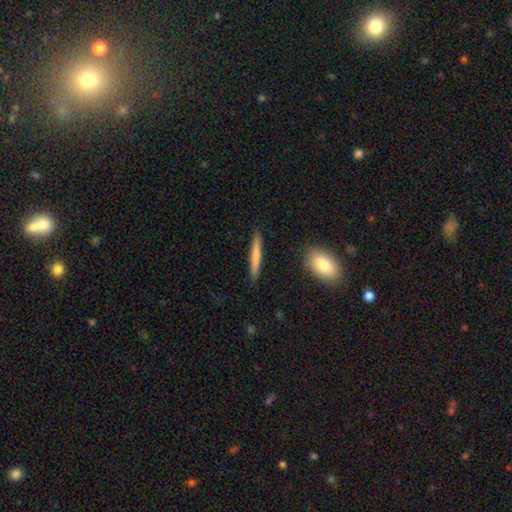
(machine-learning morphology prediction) Q: Smooth or featured?
A: smooth (73%); runner-up: featured or disk (22%)
Q: How rounded?
A: cigar-shaped (94%); runner-up: in between (4%)
Q: Merging?
A: none (89%); runner-up: minor disturbance (8%)